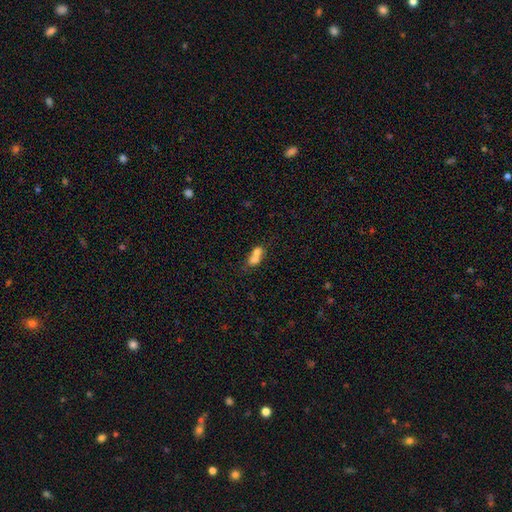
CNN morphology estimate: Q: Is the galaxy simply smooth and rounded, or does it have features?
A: smooth — 68%.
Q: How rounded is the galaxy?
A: in between — 61%.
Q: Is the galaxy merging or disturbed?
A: merger — 68%.